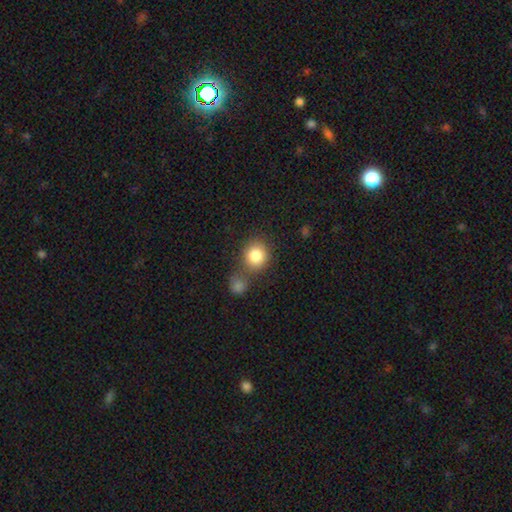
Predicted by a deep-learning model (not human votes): smooth-or-featured: smooth: 84% | star or artifact: 9% | featured or disk: 7%
  how-rounded: round: 82% | in between: 17% | cigar-shaped: 1%
  merging: none: 60% | merger: 25% | minor disturbance: 11% | major disturbance: 4%